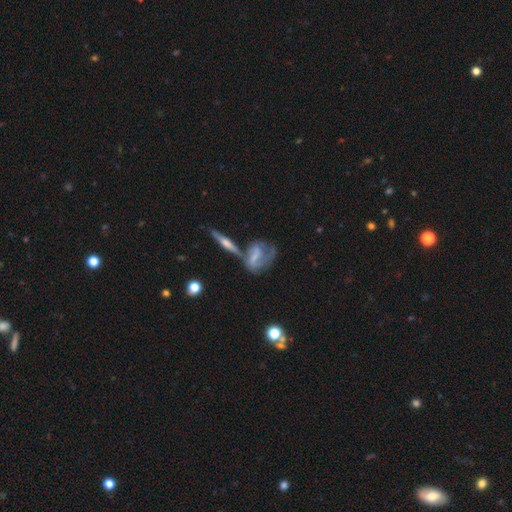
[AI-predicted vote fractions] A featured or disk galaxy (66%) with a weak bar (40%), spiral arms (77%) and no central bulge (39%). Merging: none (38%).